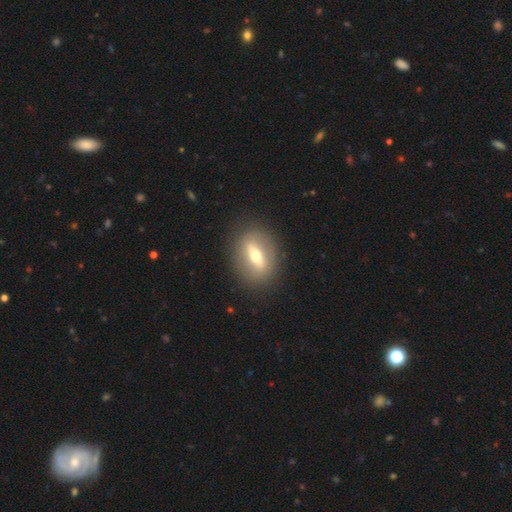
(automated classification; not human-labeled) A featured or disk galaxy (58%).

Vote fractions:
- Smooth or featured? featured or disk: 58% / smooth: 35% / star or artifact: 8%
- Edge-on disk? no: 67% / yes: 33%
- Merging? none: 87% / minor disturbance: 8% / major disturbance: 4% / merger: 1%